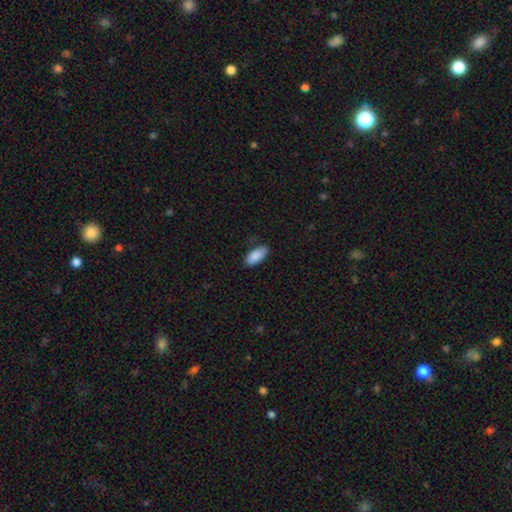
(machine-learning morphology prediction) Smooth or featured? smooth (89%)
How rounded? in between (88%)
Merging? none (82%)